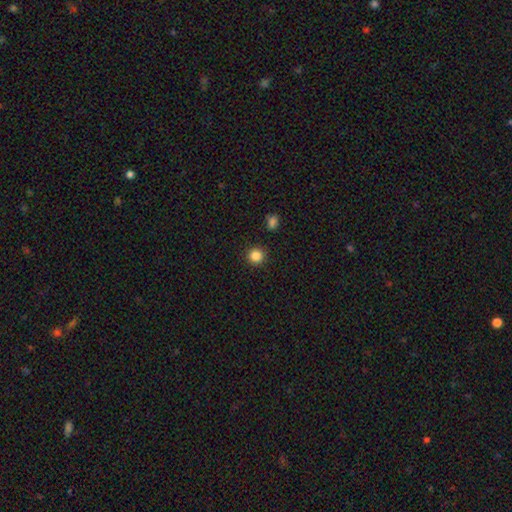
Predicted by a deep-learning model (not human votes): The model was most divided on "smooth or featured": smooth: 85%, star or artifact: 12%, featured or disk: 3%. More confident: how rounded — round (94%); merging — none (91%).